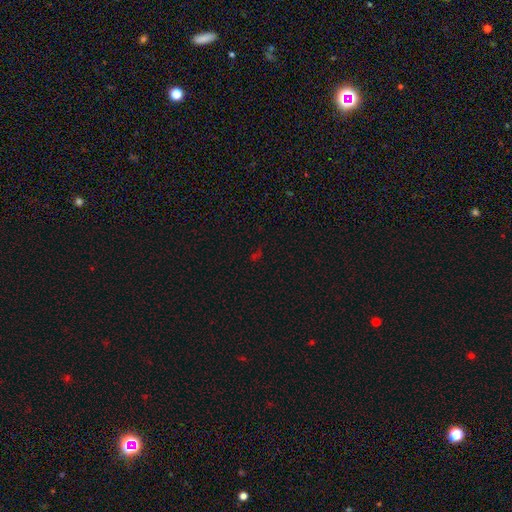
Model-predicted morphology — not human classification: Smooth or featured: star or artifact — 60% (smooth — 31%)